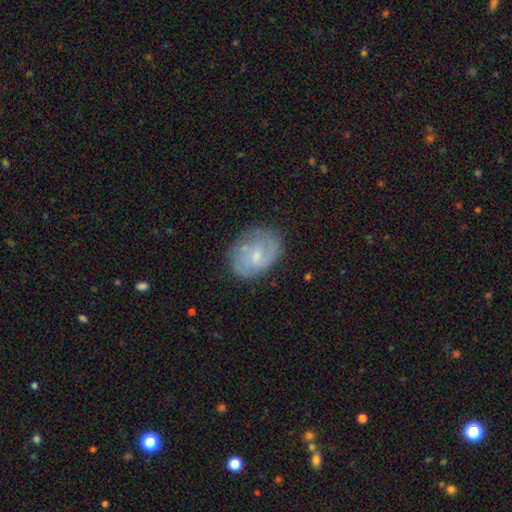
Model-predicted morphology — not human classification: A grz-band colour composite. It shows a featured or disk galaxy (59%) with a weak bar (50%), spiral arms (77%) and a small central bulge (57%). Merging: none (71%).